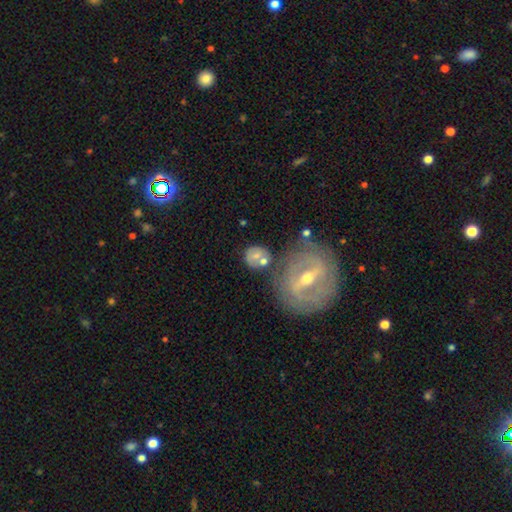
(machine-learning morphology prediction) The model was most divided on "smooth or featured": smooth: 53%, featured or disk: 38%, star or artifact: 9%. More confident: how rounded — round (74%); merging — none (55%).